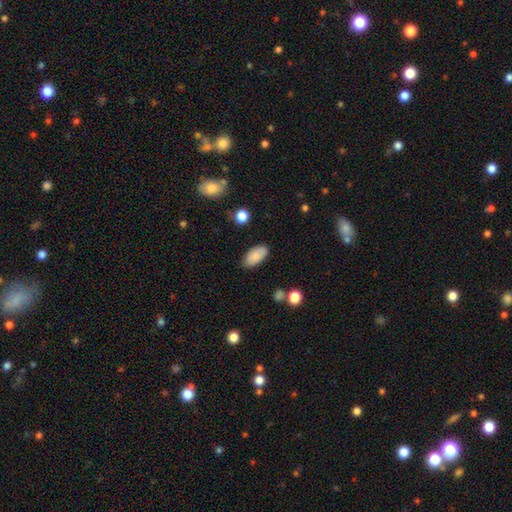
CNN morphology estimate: Q: Smooth or featured?
A: smooth (87%); runner-up: star or artifact (7%)
Q: How rounded?
A: in between (93%); runner-up: cigar-shaped (4%)
Q: Merging?
A: none (81%); runner-up: minor disturbance (15%)